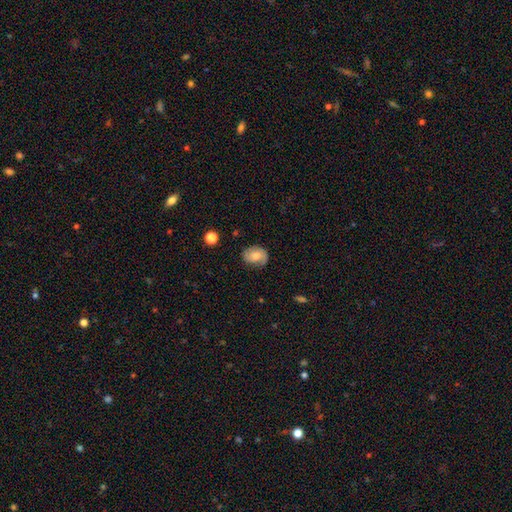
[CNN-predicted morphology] type=smooth (58%); roundness=in between (56%); merging=none (69%).